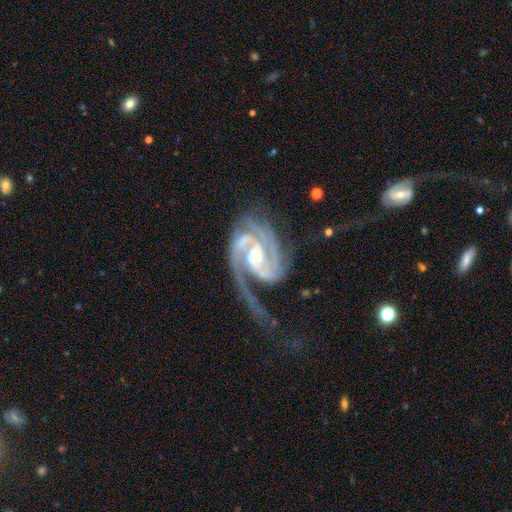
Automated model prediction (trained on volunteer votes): This is clearly a featured or disk galaxy (93%). It is clearly not viewed edge-on (98%). Bar: marginally no (40%). Spiral arm pattern: clearly yes (99%). Spiral arm count: possibly 2 (50%). Spiral winding: possibly tight (52%). Central bulge: possibly small (56%). Merging: marginally none (42%).